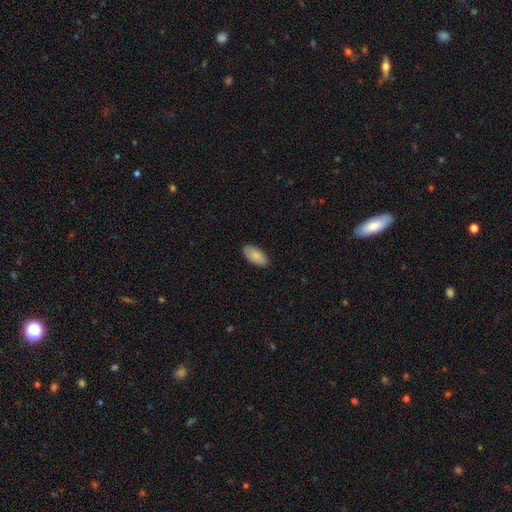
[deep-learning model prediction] A smooth galaxy with no disk features (85%) that is in between round and cigar-shaped (93%).

Vote fractions:
- Smooth or featured? smooth: 85% / featured or disk: 9% / star or artifact: 6%
- How rounded? in between: 93% / cigar-shaped: 5% / round: 2%
- Merging? none: 86% / minor disturbance: 11% / major disturbance: 2% / merger: 1%